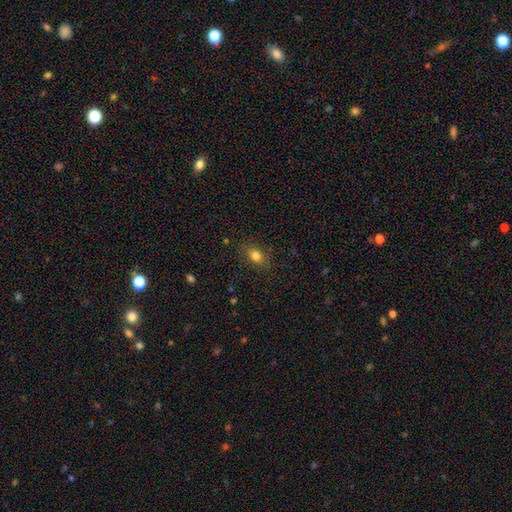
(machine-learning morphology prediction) smooth_or_featured: smooth (p=0.80) [alt: star or artifact p=0.12]
how_rounded: in between (p=0.66) [alt: round p=0.32]
merging: none (p=0.82) [alt: minor disturbance p=0.13]